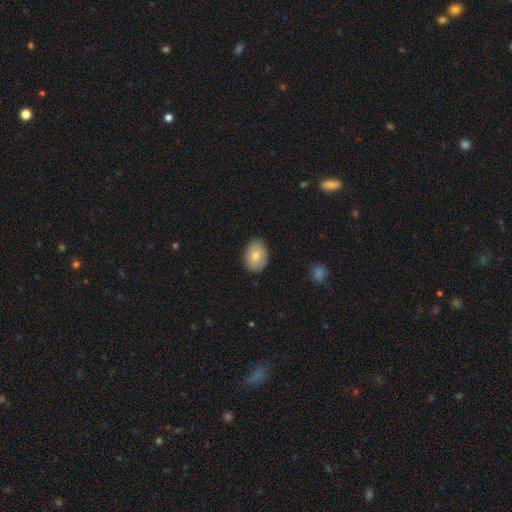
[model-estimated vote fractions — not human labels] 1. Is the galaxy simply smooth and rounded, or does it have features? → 77% smooth, 16% featured or disk, 7% star or artifact.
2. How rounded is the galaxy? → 66% in between, 33% round, 1% cigar-shaped.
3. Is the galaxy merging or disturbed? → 83% none, 13% minor disturbance, 2% major disturbance, 1% merger.